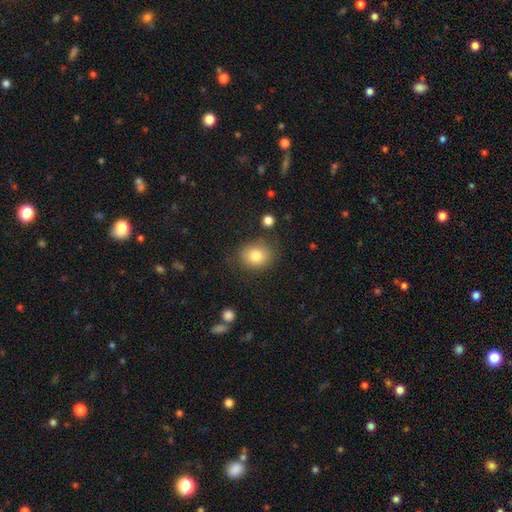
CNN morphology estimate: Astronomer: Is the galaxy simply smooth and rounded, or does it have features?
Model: smooth — 83%.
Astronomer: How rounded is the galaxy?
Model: round — 59% (runner-up: in between, 40%).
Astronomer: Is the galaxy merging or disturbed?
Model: none — 75%.